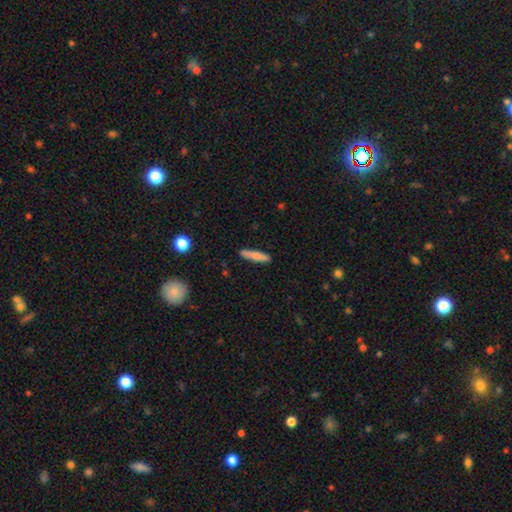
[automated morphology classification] smooth-or-featured: smooth: 78% | featured or disk: 16% | star or artifact: 6%
  how-rounded: cigar-shaped: 88% | in between: 11% | round: 1%
  merging: none: 87% | minor disturbance: 10% | major disturbance: 2% | merger: 2%